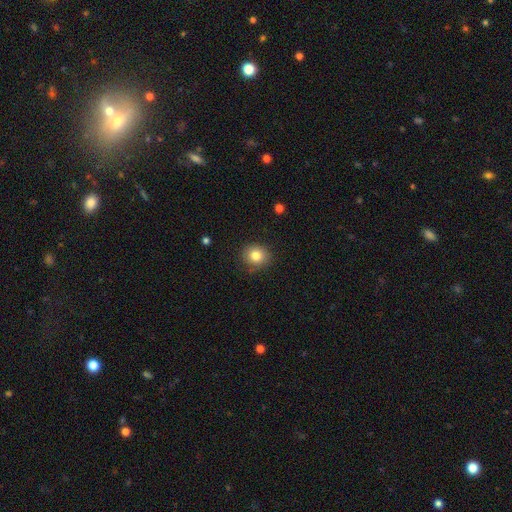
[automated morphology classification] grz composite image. It shows a smooth galaxy with no disk features (81%) that is round (83%). Merging: none (85%).